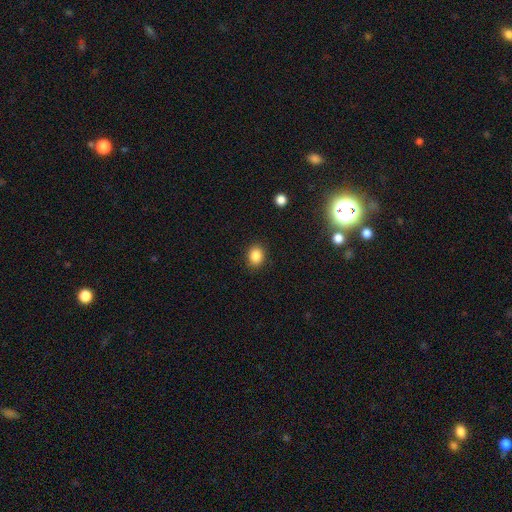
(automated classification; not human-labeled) smooth 86%, star or artifact 10%, featured or disk 4%. Down the decision tree: how rounded — round (58%); merging — none (89%).